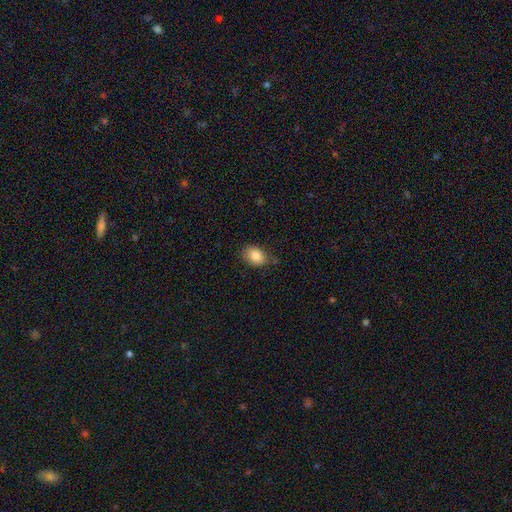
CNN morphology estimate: Q: Smooth or featured?
A: smooth (84%); runner-up: star or artifact (9%)
Q: How rounded?
A: in between (75%); runner-up: round (24%)
Q: Merging?
A: none (75%); runner-up: minor disturbance (20%)